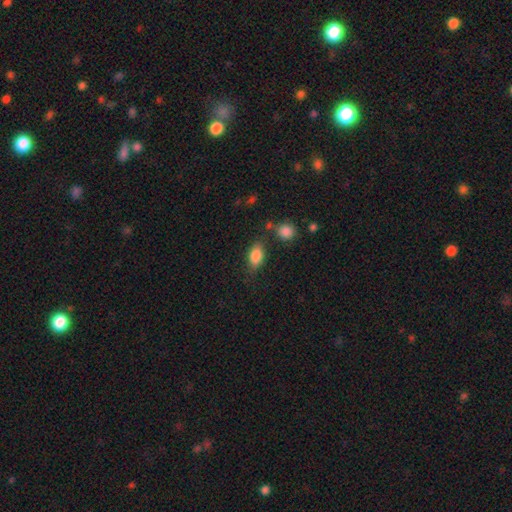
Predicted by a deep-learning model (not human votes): This is clearly a smooth galaxy (84%). How rounded: clearly in between (86%). Merging: likely none (73%).